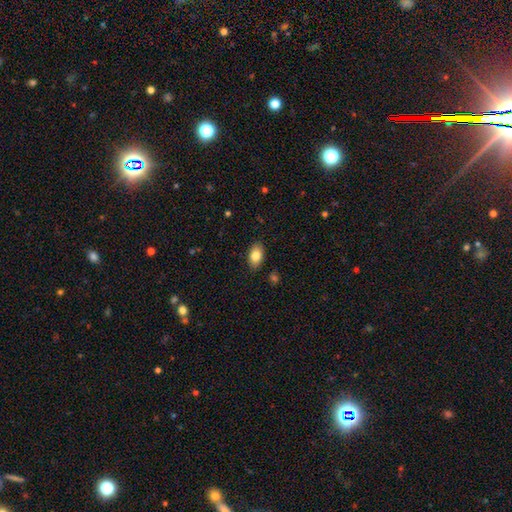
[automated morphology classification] The model was most divided on "smooth or featured": smooth: 83%, featured or disk: 10%, star or artifact: 8%. More confident: how rounded — in between (91%); merging — none (86%).